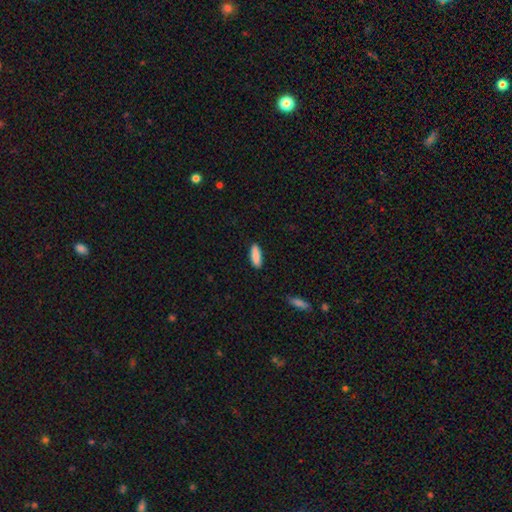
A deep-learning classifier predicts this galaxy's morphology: Overall: smooth (89%). How rounded: in between (55%; cigar-shaped 44%). Merging: none (88%).